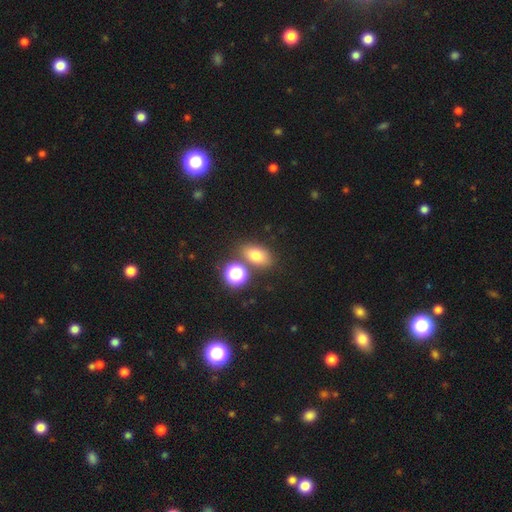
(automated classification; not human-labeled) This is likely a smooth galaxy (73%). How rounded: likely in between (73%). Merging: likely none (72%).